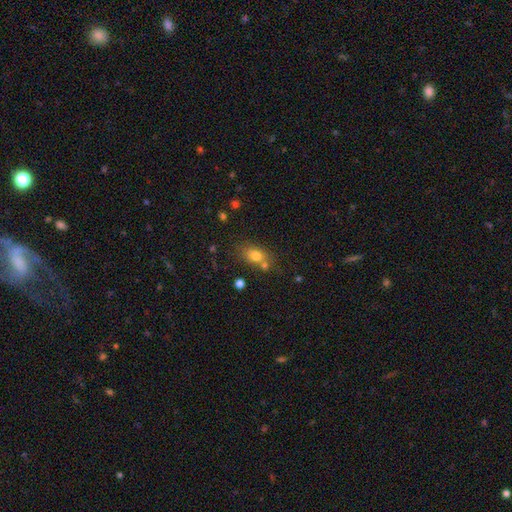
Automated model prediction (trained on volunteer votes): Smooth or featured? smooth (77%)
How rounded? in between (74%)
Merging? none (59%)